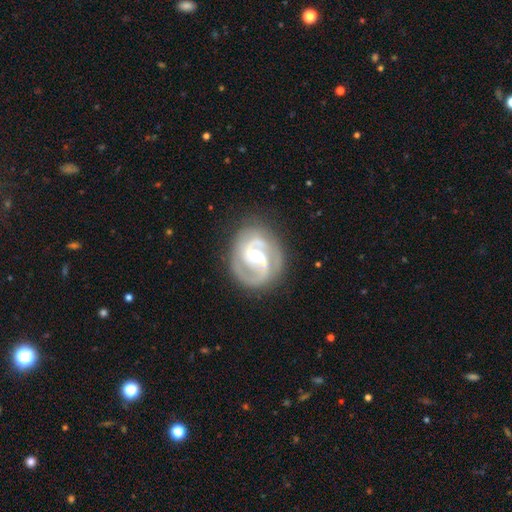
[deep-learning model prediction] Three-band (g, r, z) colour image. It shows a featured or disk galaxy (90%) with a weak bar (47%), 2 (80%) medium (52%) spiral arms (98%) and a small central bulge (48%). Merging: none (77%).